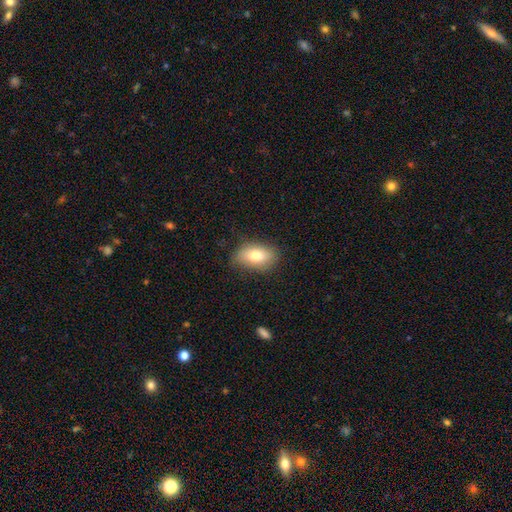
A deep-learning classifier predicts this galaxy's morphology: Smooth or featured: smooth — 77% (featured or disk — 15%)
How rounded: in between — 88% (round — 9%)
Merging: none — 80% (minor disturbance — 16%)